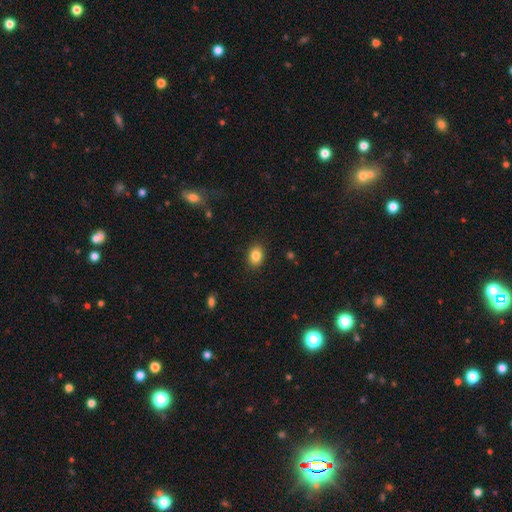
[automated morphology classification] A smooth galaxy with no disk features (85%) that is in between round and cigar-shaped (64%). Merging: none (89%).